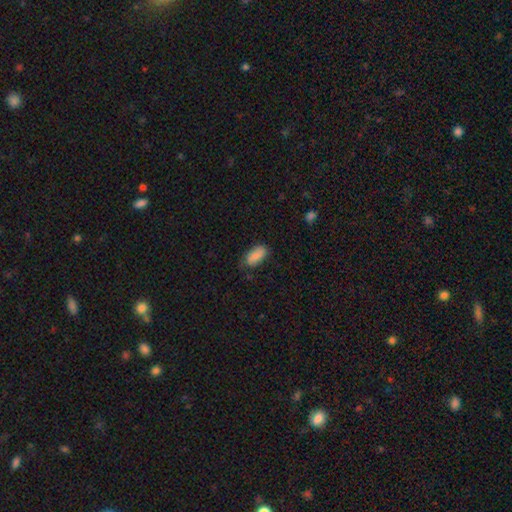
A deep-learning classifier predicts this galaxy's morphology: Smooth or featured: smooth — 80% (featured or disk — 13%)
How rounded: in between — 91% (cigar-shaped — 6%)
Merging: none — 69% (minor disturbance — 24%)